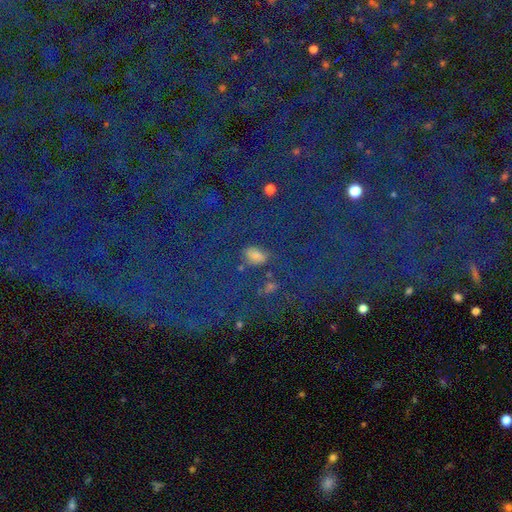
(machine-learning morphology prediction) smooth_or_featured: star or artifact (p=0.44) [alt: smooth p=0.43]